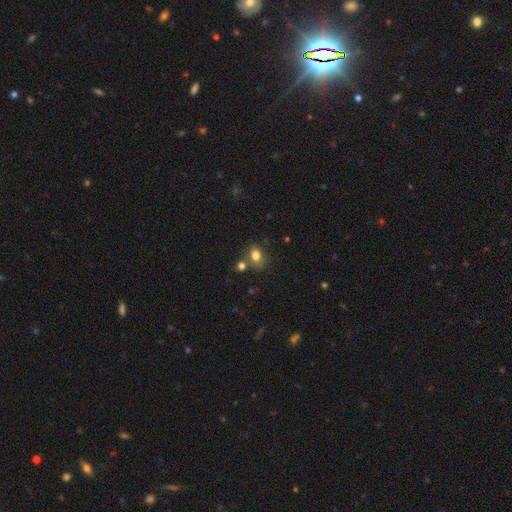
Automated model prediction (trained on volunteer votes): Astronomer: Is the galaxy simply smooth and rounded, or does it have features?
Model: smooth — 81%.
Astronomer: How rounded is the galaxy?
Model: in between — 53% (runner-up: round, 46%).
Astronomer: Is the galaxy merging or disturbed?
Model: none — 62%.